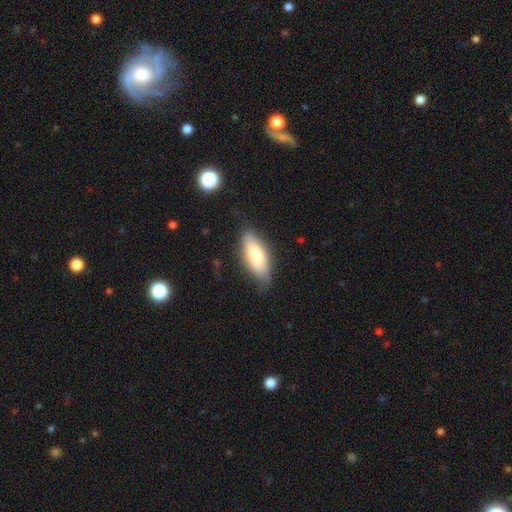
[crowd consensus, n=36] Morphology: type=smooth (83%); roundness=in between (77%); merging=none (60%).